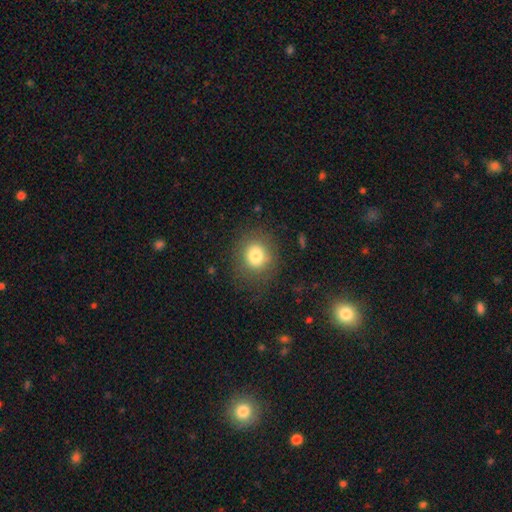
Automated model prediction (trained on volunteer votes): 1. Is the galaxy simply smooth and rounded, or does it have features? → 79% smooth, 11% star or artifact, 10% featured or disk.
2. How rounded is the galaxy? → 81% round, 18% in between, 1% cigar-shaped.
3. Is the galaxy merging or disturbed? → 79% none, 13% minor disturbance, 7% major disturbance, 1% merger.